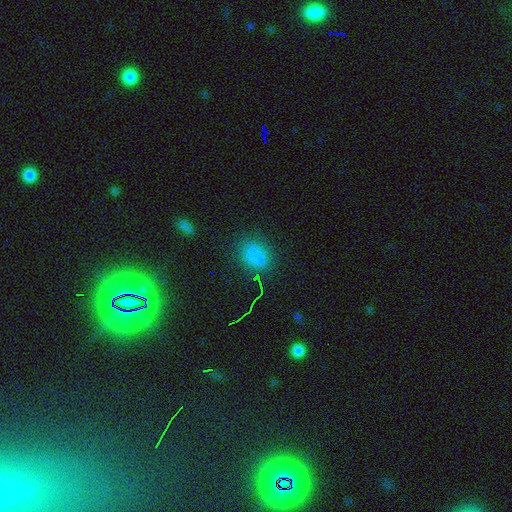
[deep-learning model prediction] This is likely a smooth galaxy (75%). How rounded: likely in between (78%). Merging: likely none (77%).